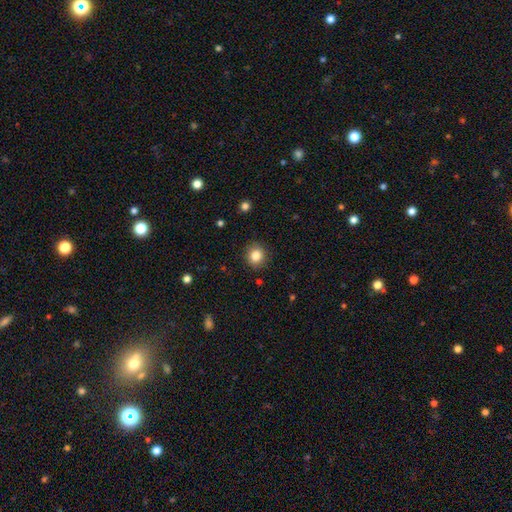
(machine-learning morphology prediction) A smooth galaxy with no disk features (84%) that is round (85%).

Vote fractions:
- Smooth or featured? smooth: 84% / star or artifact: 10% / featured or disk: 6%
- How rounded? round: 85% / in between: 14% / cigar-shaped: 1%
- Merging? none: 88% / minor disturbance: 8% / major disturbance: 2% / merger: 1%